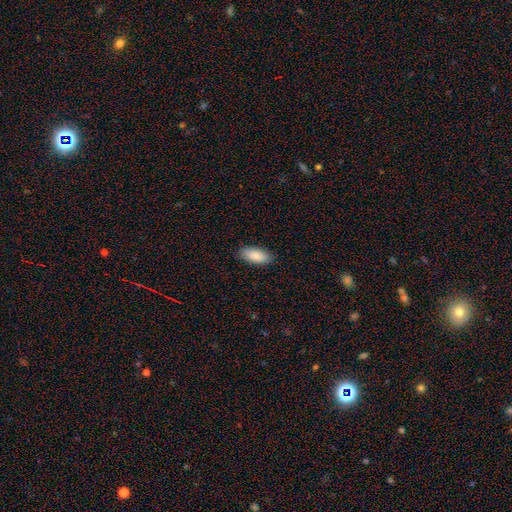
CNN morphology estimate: Smooth or featured: smooth — 89% (featured or disk — 6%)
How rounded: in between — 87% (cigar-shaped — 11%)
Merging: none — 88% (minor disturbance — 9%)